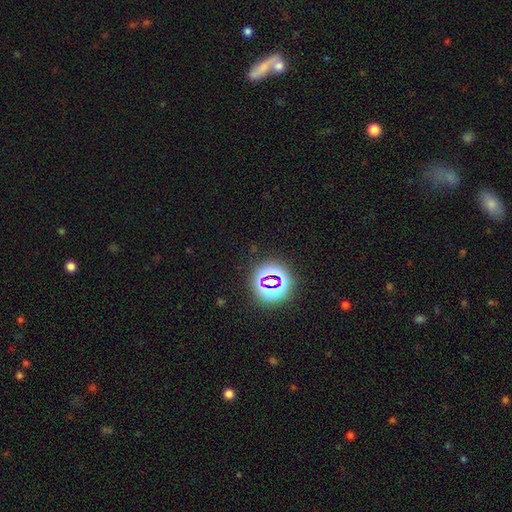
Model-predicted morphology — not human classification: Q: Smooth or featured?
A: star or artifact (77%); runner-up: smooth (15%)